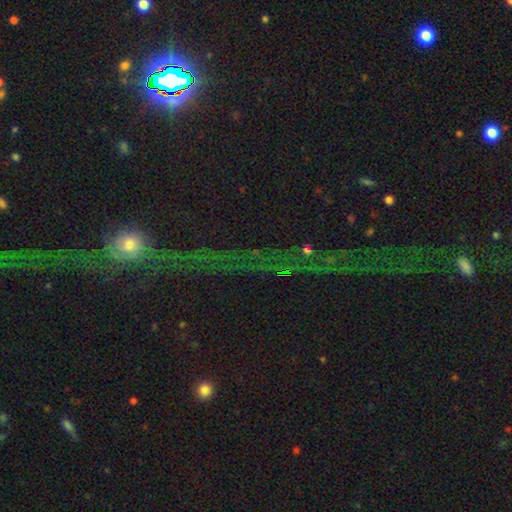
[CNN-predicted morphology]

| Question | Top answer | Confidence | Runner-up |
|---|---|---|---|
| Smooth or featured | star or artifact | 67% | featured or disk (20%) |